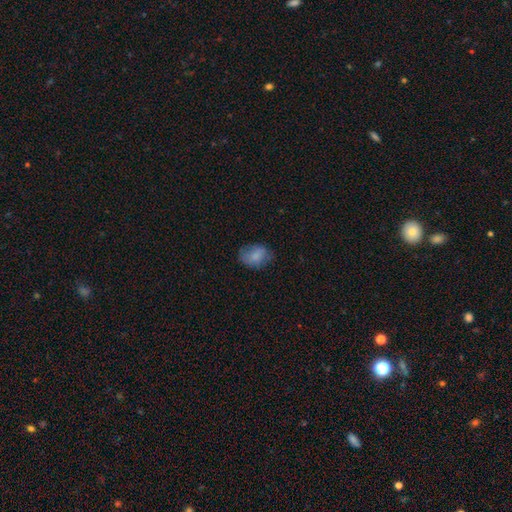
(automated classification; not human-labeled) Smooth or featured?
  - smooth: 79% *
  - featured or disk: 13%
  - star or artifact: 8%
How rounded?
  - in between: 75% *
  - round: 24%
  - cigar-shaped: 1%
Merging?
  - none: 65% *
  - minor disturbance: 25%
  - major disturbance: 9%
  - merger: 1%